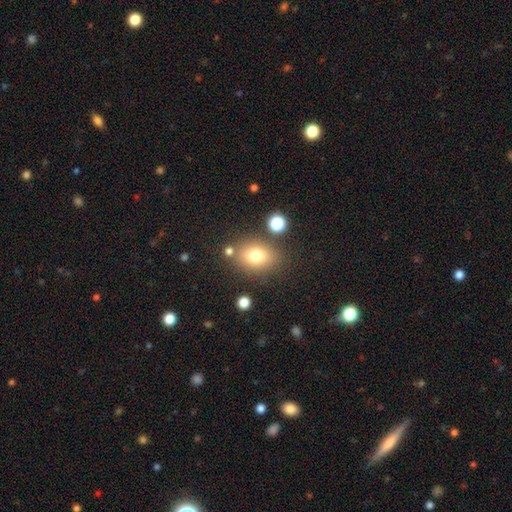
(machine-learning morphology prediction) This appears to be a smooth galaxy with no disk features (75%) that is in between round and cigar-shaped (60%). Merging: none (75%).